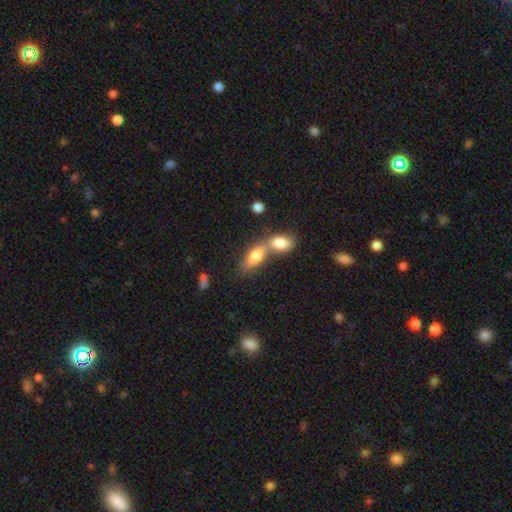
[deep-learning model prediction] Q: Smooth or featured?
A: smooth (75%); runner-up: featured or disk (18%)
Q: How rounded?
A: in between (80%); runner-up: cigar-shaped (13%)
Q: Merging?
A: merger (68%); runner-up: none (22%)